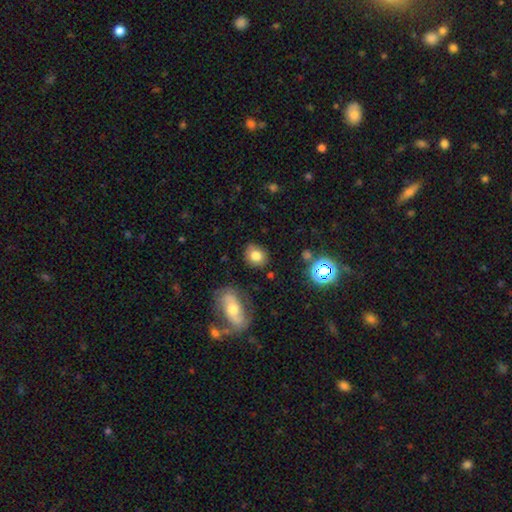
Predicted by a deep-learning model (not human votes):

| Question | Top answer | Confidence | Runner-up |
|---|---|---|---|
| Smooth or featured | smooth | 78% | star or artifact (12%) |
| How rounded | round | 64% | in between (35%) |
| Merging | none | 80% | minor disturbance (13%) |